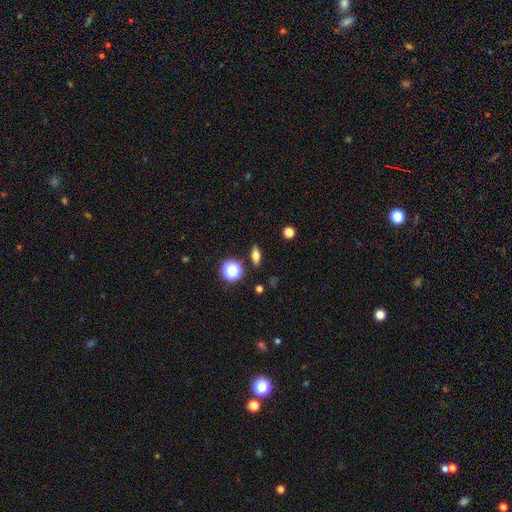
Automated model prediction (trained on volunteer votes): A smooth galaxy with no disk features (65%) that is in between round and cigar-shaped (64%).

Vote fractions:
- Smooth or featured? smooth: 65% / featured or disk: 21% / star or artifact: 14%
- How rounded? in between: 64% / cigar-shaped: 18% / round: 18%
- Merging? none: 87% / minor disturbance: 8% / major disturbance: 2% / merger: 2%